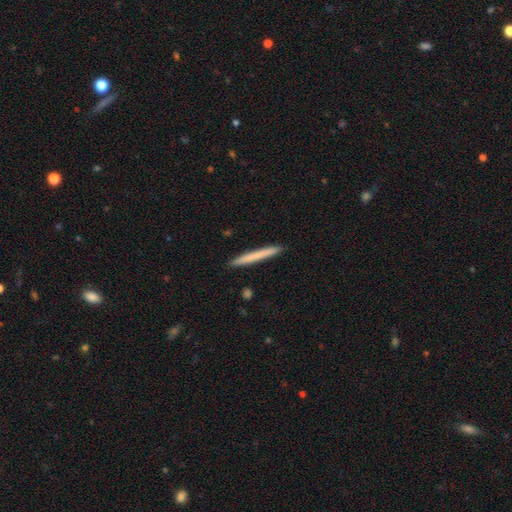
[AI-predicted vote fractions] Overall: smooth (72%). How rounded: cigar-shaped (97%). Merging: none (92%).